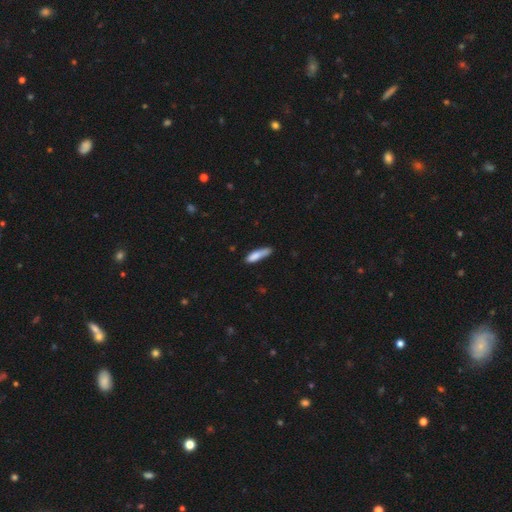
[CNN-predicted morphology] Smooth or featured: smooth — 81% (featured or disk — 12%)
How rounded: cigar-shaped — 74% (in between — 24%)
Merging: none — 58% (minor disturbance — 30%)